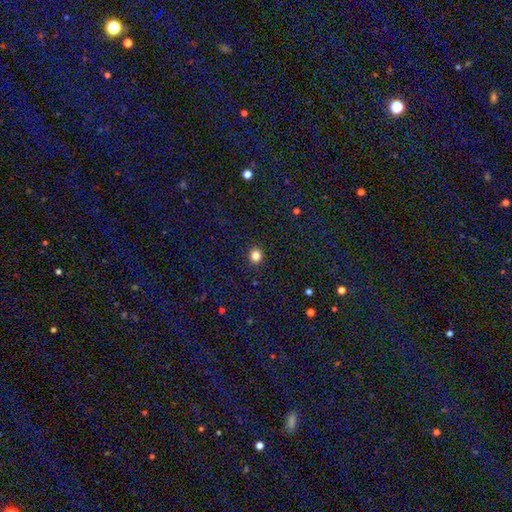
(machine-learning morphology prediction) A smooth galaxy with no disk features (83%) that is round (86%). Merging: none (92%).